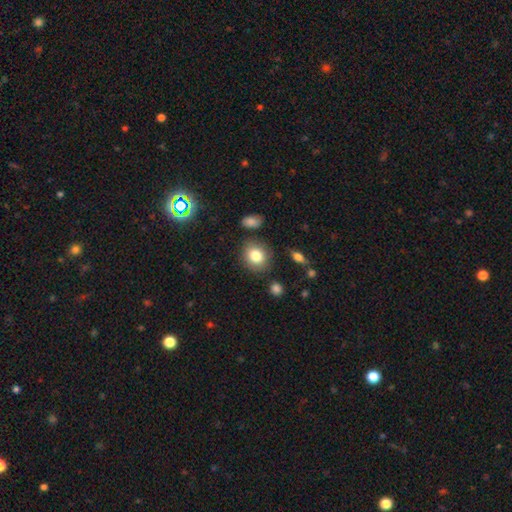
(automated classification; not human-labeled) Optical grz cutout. It shows a smooth galaxy with no disk features (81%) that is round (71%). Merging: none (82%).